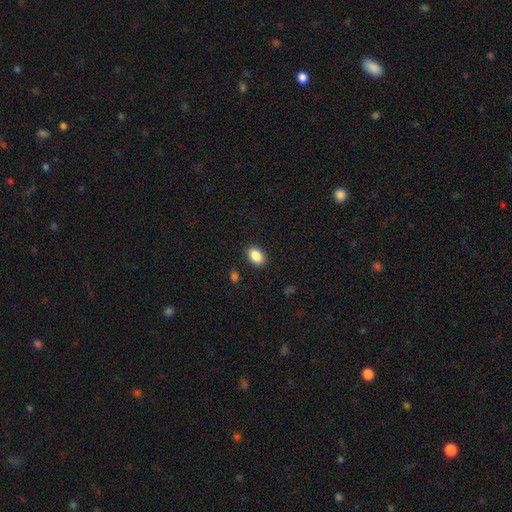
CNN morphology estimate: Smooth or featured? Predicted: smooth (p=0.88). How rounded? Predicted: in between (p=0.86). Merging? Predicted: none (p=0.88).